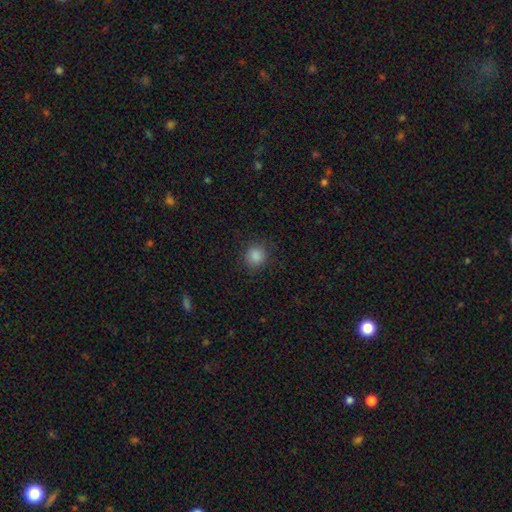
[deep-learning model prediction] smooth_or_featured: smooth (p=0.86) [alt: star or artifact p=0.10]
how_rounded: round (p=0.89) [alt: in between p=0.10]
merging: none (p=0.88) [alt: minor disturbance p=0.08]